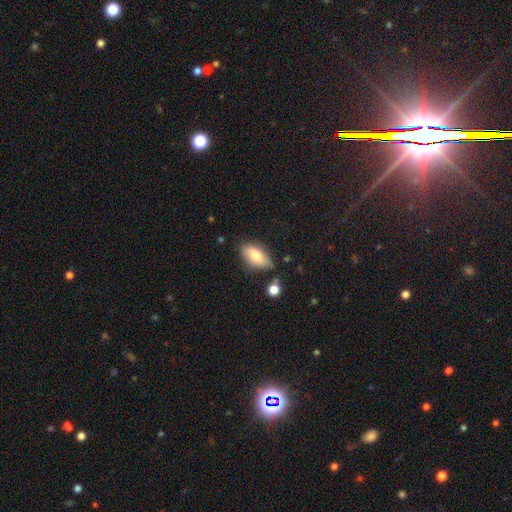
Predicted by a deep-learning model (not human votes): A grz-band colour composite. It shows a smooth galaxy with no disk features (77%) that is in between round and cigar-shaped (91%). Merging: none (62%).